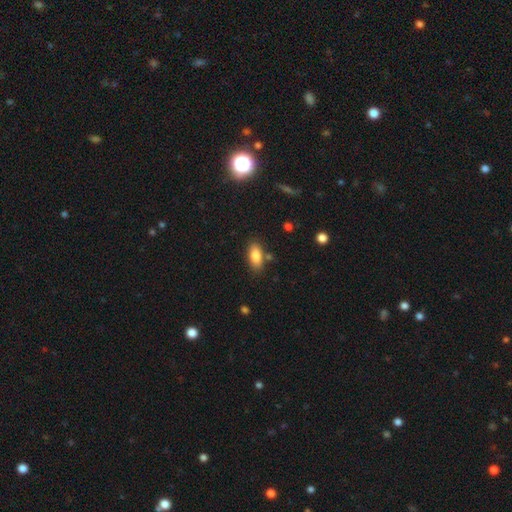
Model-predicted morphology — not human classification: smooth 84%, featured or disk 8%, star or artifact 7%. Down the decision tree: how rounded — in between (87%); merging — none (81%).